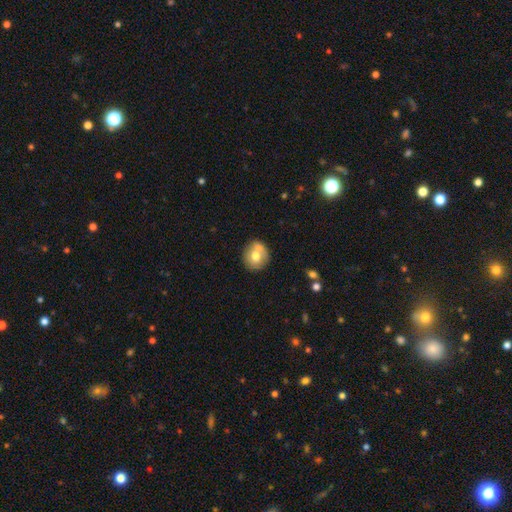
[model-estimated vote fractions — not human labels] A smooth galaxy with no disk features (69%) that is round (83%). Merging: none (58%).